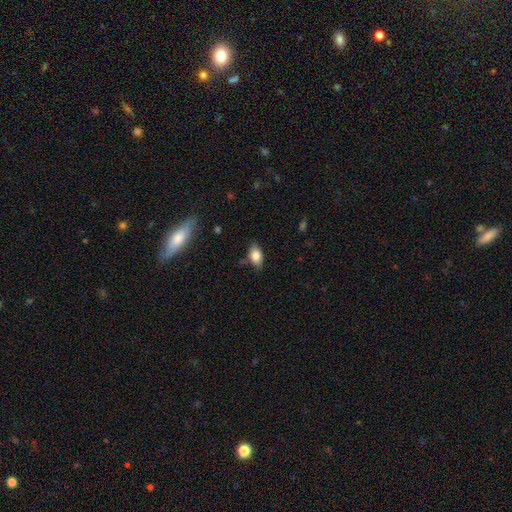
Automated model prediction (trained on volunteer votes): smooth_or_featured: smooth (p=0.78) [alt: featured or disk p=0.14]
how_rounded: in between (p=0.87) [alt: round p=0.08]
merging: none (p=0.75) [alt: minor disturbance p=0.19]